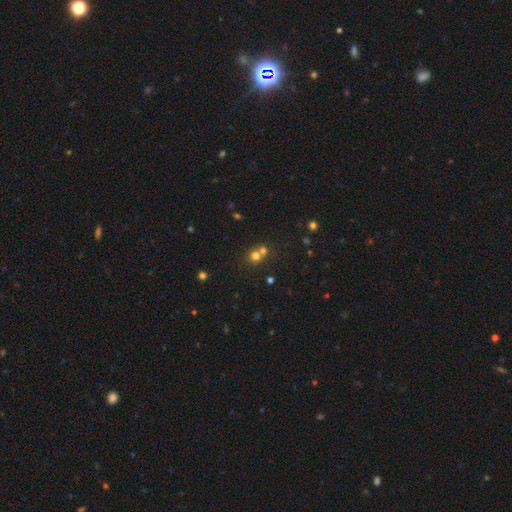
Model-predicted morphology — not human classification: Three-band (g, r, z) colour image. It shows a smooth galaxy with no disk features (68%) that is round (85%). Merging: none (48%).